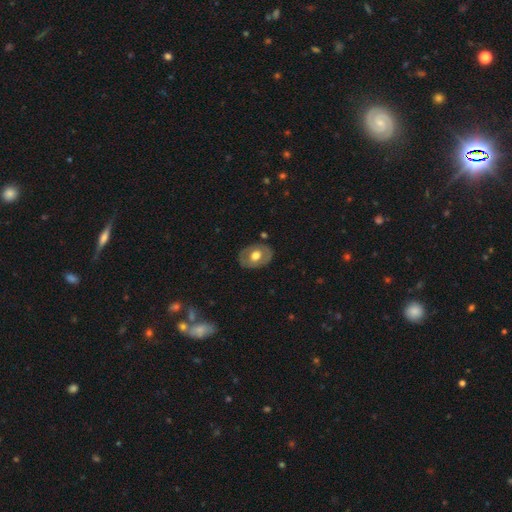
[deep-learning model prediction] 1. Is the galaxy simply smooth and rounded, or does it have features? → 49% smooth, 45% featured or disk, 6% star or artifact.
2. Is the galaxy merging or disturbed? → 83% none, 12% minor disturbance, 3% major disturbance, 2% merger.